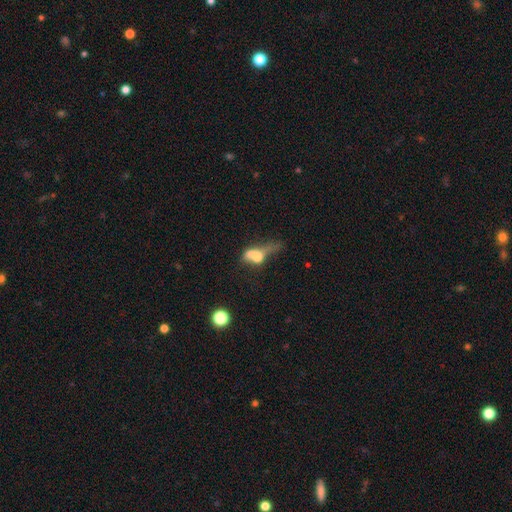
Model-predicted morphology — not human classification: Overall: smooth (51%; featured or disk 36%). How rounded: in between (62%). Merging: major disturbance (44%; merger 26%).